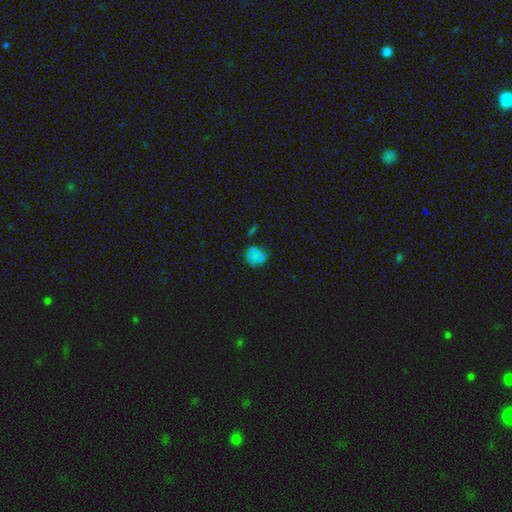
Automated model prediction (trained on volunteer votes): Smooth or featured?
  - smooth: 71% *
  - star or artifact: 18%
  - featured or disk: 11%
How rounded?
  - round: 69% *
  - in between: 30%
  - cigar-shaped: 1%
Merging?
  - none: 52% *
  - minor disturbance: 30%
  - major disturbance: 11%
  - merger: 7%